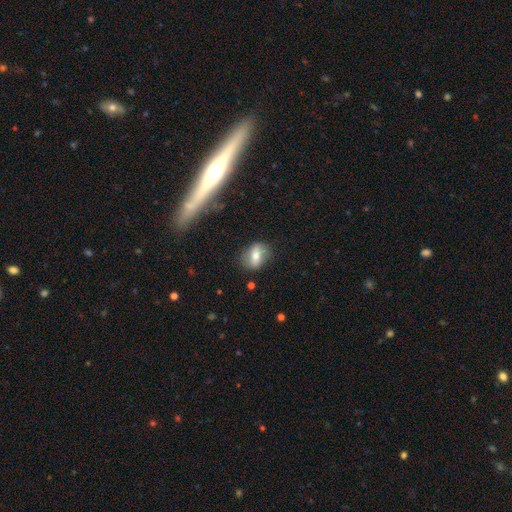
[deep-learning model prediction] Smooth or featured?
  - smooth: 62% *
  - featured or disk: 29%
  - star or artifact: 9%
How rounded?
  - in between: 70% *
  - round: 26%
  - cigar-shaped: 4%
Merging?
  - none: 78% *
  - minor disturbance: 15%
  - major disturbance: 5%
  - merger: 2%